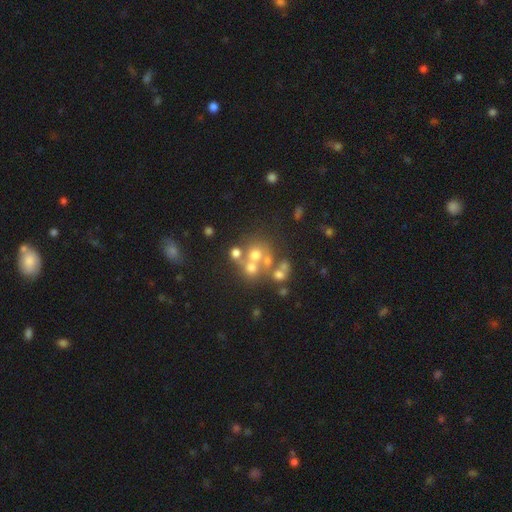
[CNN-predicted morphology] Overall: smooth (46%; featured or disk 30%). Merging: none (43%; merger 41%).